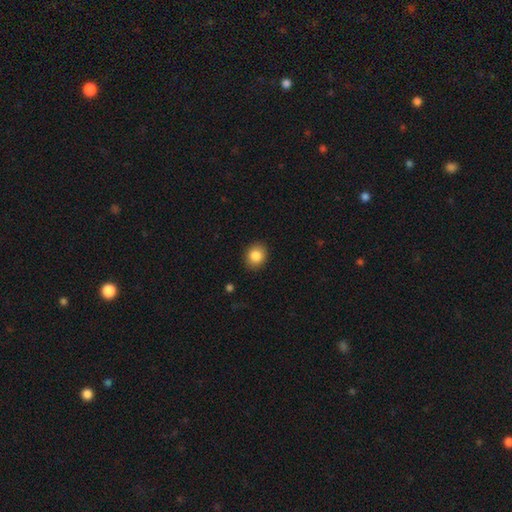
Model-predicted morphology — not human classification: A smooth galaxy with no disk features (86%) that is round (68%). Merging: none (89%).